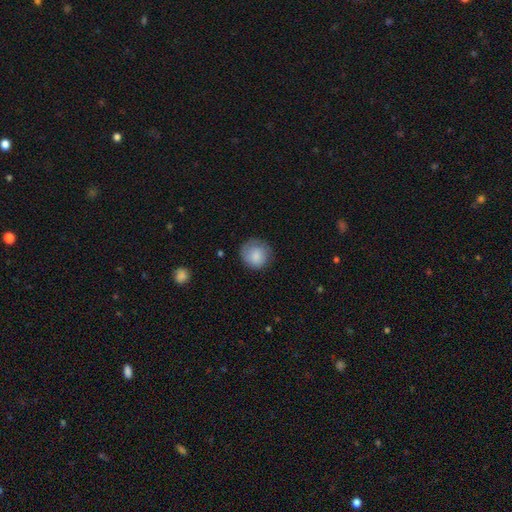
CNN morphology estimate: A smooth galaxy with no disk features (82%) that is round (89%).

Vote fractions:
- Smooth or featured? smooth: 82% / featured or disk: 12% / star or artifact: 7%
- How rounded? round: 89% / in between: 10% / cigar-shaped: 1%
- Merging? none: 75% / minor disturbance: 18% / major disturbance: 6% / merger: 1%